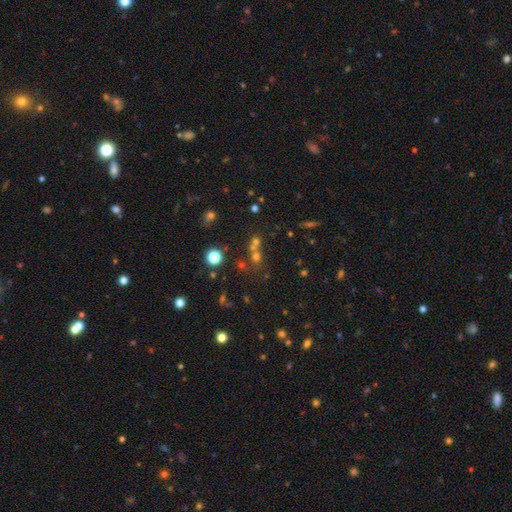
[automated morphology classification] The model was most divided on "smooth or featured": star or artifact: 46%, smooth: 41%, featured or disk: 13%.